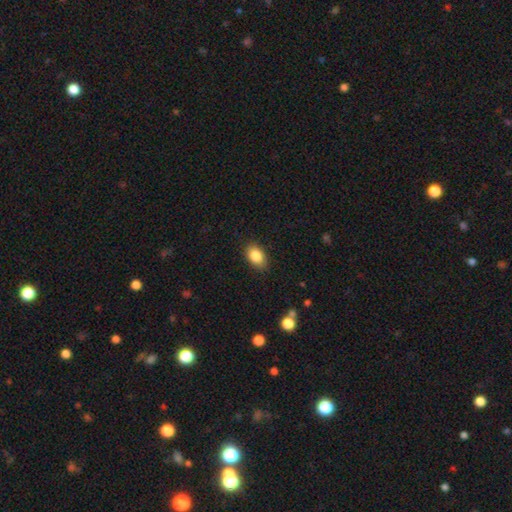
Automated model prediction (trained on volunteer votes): Overall: smooth (85%). How rounded: in between (85%). Merging: none (85%).